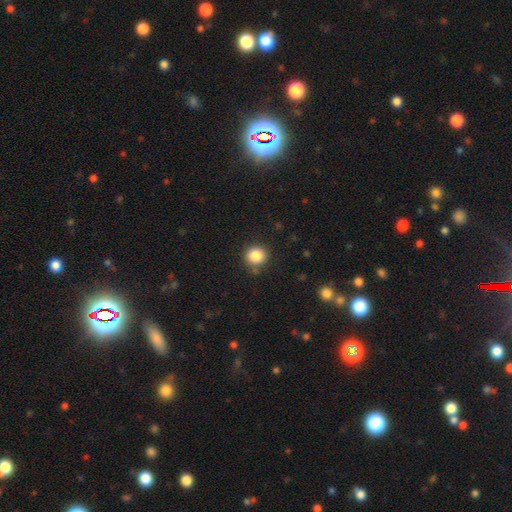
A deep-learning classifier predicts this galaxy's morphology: Overall: smooth (85%). How rounded: round (90%). Merging: none (84%).